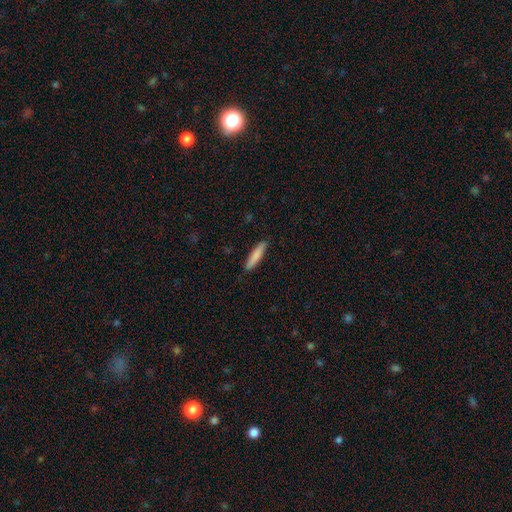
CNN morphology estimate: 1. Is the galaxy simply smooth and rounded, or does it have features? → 84% smooth, 11% featured or disk, 5% star or artifact.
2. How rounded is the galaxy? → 84% cigar-shaped, 14% in between, 1% round.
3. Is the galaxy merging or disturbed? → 89% none, 8% minor disturbance, 2% major disturbance, 1% merger.